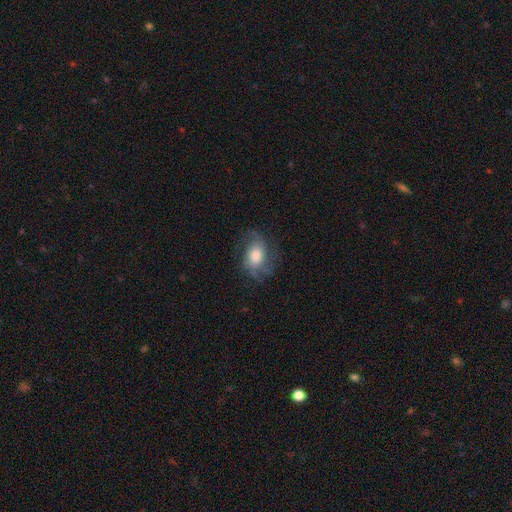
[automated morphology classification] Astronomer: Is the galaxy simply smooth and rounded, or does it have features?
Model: featured or disk — 53% (runner-up: smooth, 38%).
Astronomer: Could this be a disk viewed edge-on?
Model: no — 96%.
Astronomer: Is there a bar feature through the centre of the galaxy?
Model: no — 70%.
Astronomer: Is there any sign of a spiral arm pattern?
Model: yes — 83%.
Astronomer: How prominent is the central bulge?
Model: large — 43% (runner-up: moderate, 37%).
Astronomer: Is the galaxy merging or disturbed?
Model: none — 62%.